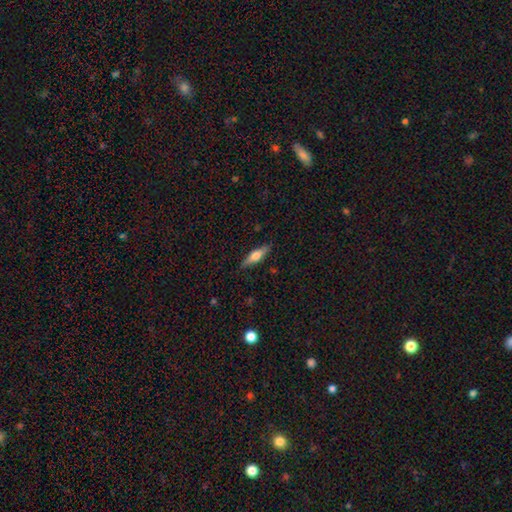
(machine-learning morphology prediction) featured or disk 50%, smooth 44%, star or artifact 6%. Down the decision tree: merging — none (87%).